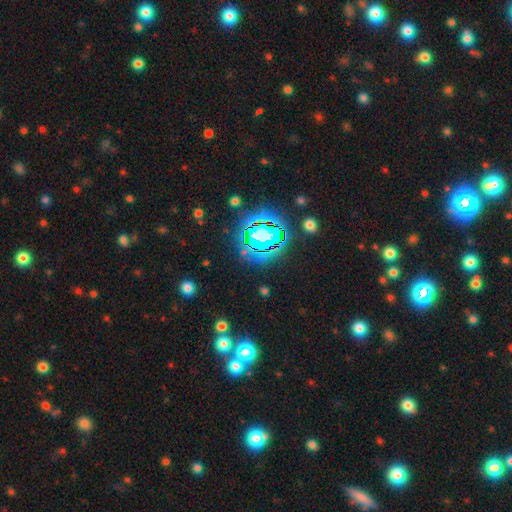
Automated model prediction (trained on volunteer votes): star or artifact 80%, smooth 13%, featured or disk 7%.